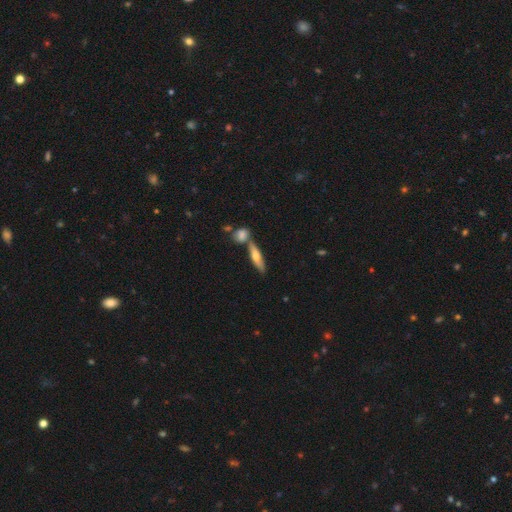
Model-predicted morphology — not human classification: The model was most divided on "smooth or featured": smooth: 49%, featured or disk: 45%, star or artifact: 6%. More confident: merging — none (61%).